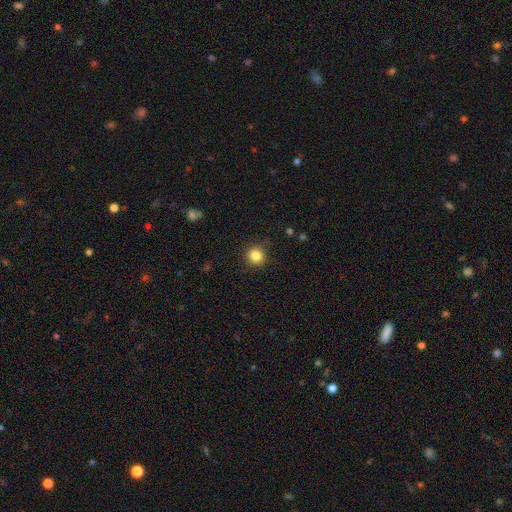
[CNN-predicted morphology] A smooth galaxy with no disk features (84%) that is round (92%). Merging: none (90%).